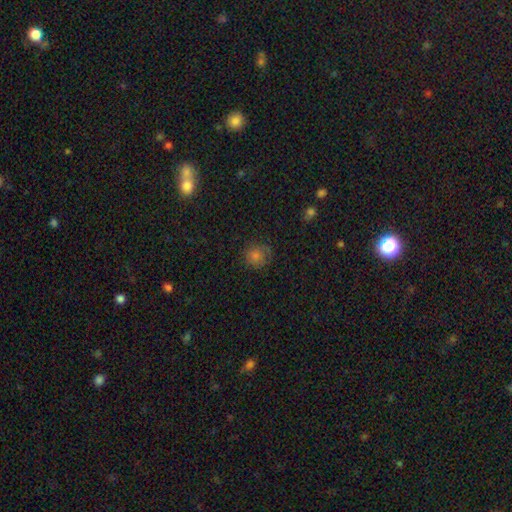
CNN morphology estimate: Q: Smooth or featured?
A: smooth (67%); runner-up: star or artifact (19%)
Q: How rounded?
A: round (87%); runner-up: in between (12%)
Q: Merging?
A: none (74%); runner-up: minor disturbance (18%)